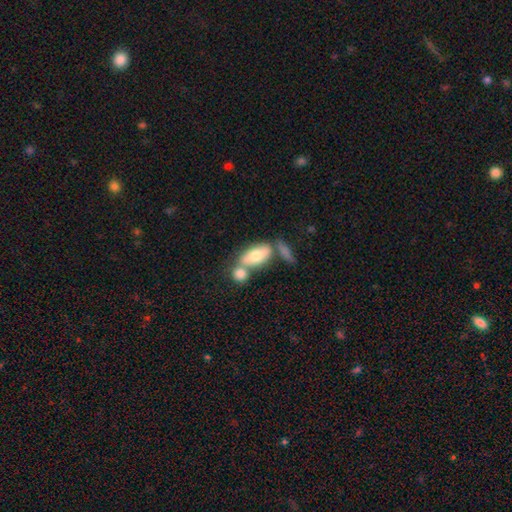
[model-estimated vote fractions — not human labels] smooth 68%, featured or disk 26%, star or artifact 6%. Down the decision tree: how rounded — in between (84%); merging — merger (43%).